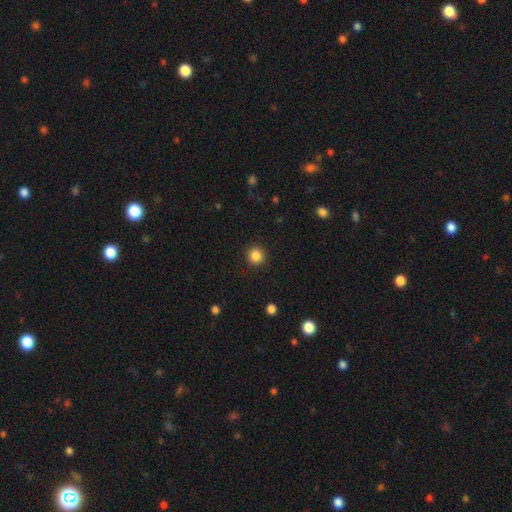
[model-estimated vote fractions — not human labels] A smooth galaxy with no disk features (86%) that is round (95%). Merging: none (92%).